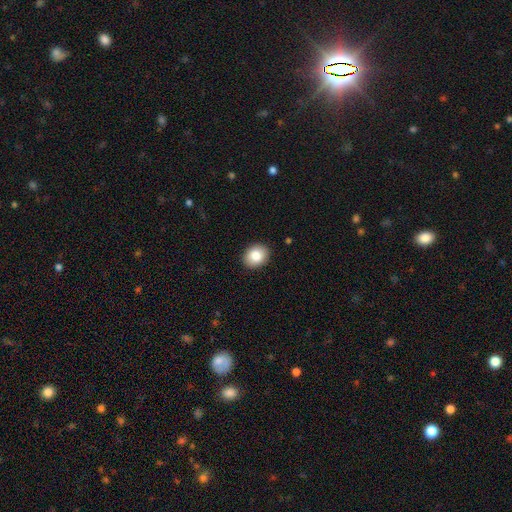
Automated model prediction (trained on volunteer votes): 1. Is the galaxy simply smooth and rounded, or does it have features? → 84% smooth, 8% star or artifact, 8% featured or disk.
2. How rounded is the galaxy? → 50% in between, 49% round, 1% cigar-shaped.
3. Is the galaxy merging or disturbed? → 90% none, 7% minor disturbance, 2% major disturbance, 1% merger.